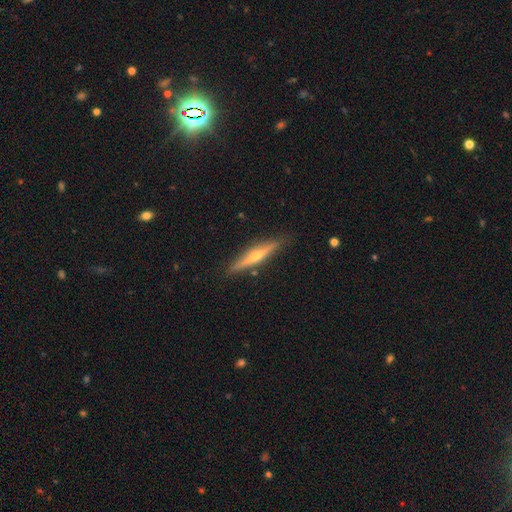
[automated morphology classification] Q: Smooth or featured?
A: featured or disk (65%); runner-up: smooth (29%)
Q: Edge-on disk?
A: yes (96%); runner-up: no (4%)
Q: Edge-on bulge?
A: rounded (80%); runner-up: none (15%)
Q: Merging?
A: none (88%); runner-up: minor disturbance (9%)